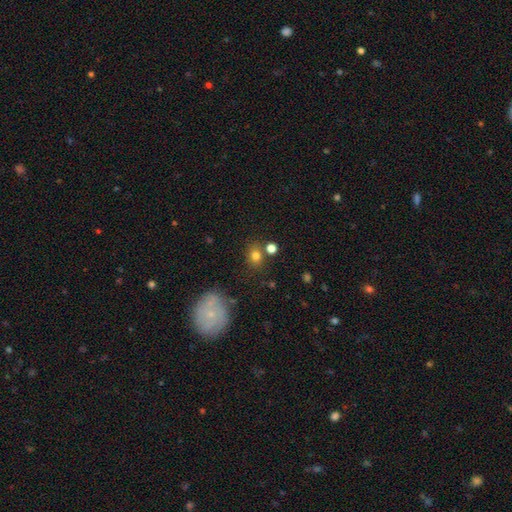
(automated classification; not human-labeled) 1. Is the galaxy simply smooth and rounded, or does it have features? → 77% smooth, 15% star or artifact, 8% featured or disk.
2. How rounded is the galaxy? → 67% round, 32% in between, 1% cigar-shaped.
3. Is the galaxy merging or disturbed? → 72% none, 12% merger, 11% minor disturbance, 4% major disturbance.